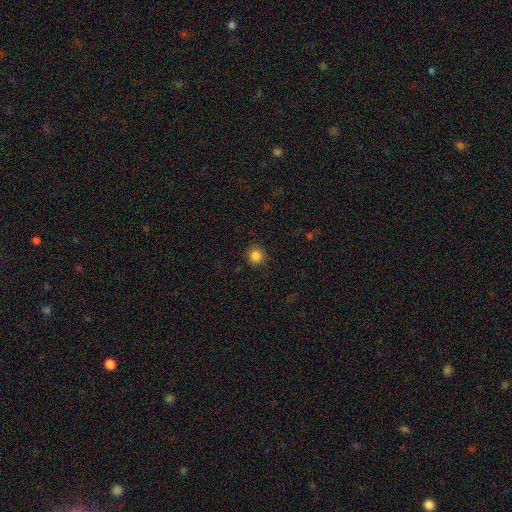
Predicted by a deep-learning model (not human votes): Smooth or featured? Predicted: smooth (p=0.85). How rounded? Predicted: round (p=0.94). Merging? Predicted: none (p=0.90).